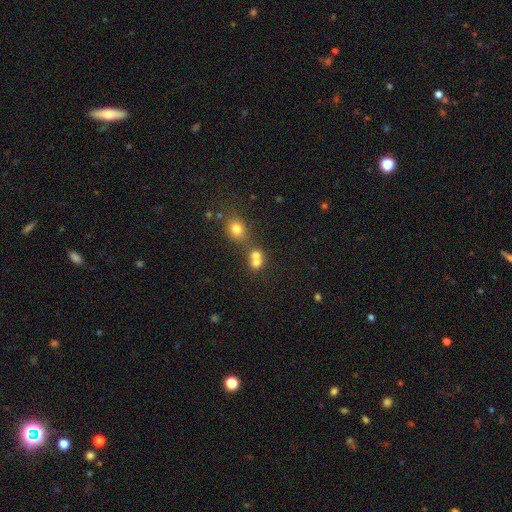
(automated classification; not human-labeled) Q: Smooth or featured?
A: smooth (71%); runner-up: star or artifact (15%)
Q: How rounded?
A: round (73%); runner-up: in between (26%)
Q: Merging?
A: merger (57%); runner-up: none (32%)